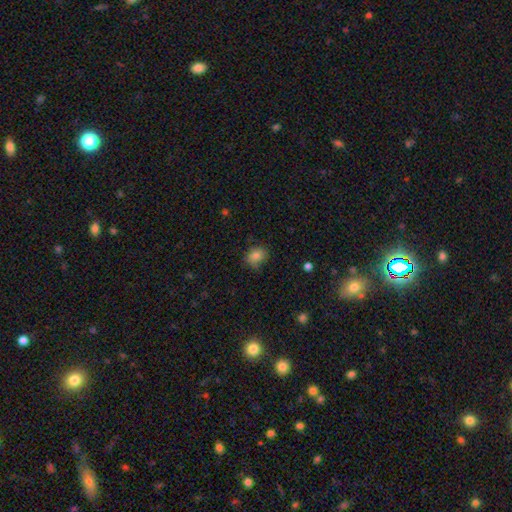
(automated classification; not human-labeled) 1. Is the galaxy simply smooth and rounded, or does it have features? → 83% smooth, 11% star or artifact, 7% featured or disk.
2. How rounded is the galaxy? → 50% in between, 49% round, 1% cigar-shaped.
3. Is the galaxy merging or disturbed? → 73% none, 21% minor disturbance, 4% major disturbance, 2% merger.